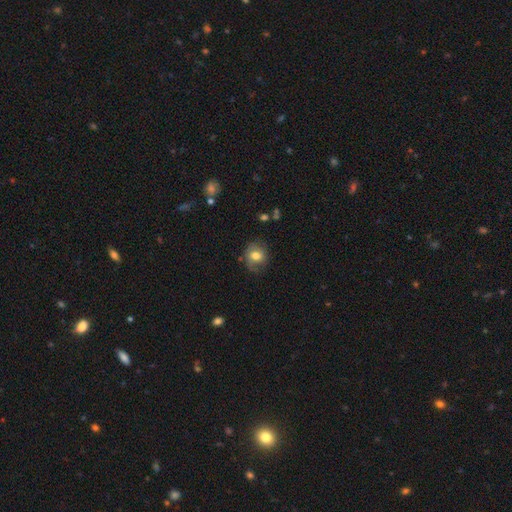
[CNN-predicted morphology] A smooth galaxy with no disk features (65%) that is round (70%).

Vote fractions:
- Smooth or featured? smooth: 65% / featured or disk: 26% / star or artifact: 9%
- How rounded? round: 70% / in between: 29% / cigar-shaped: 1%
- Merging? none: 66% / minor disturbance: 23% / major disturbance: 9% / merger: 2%